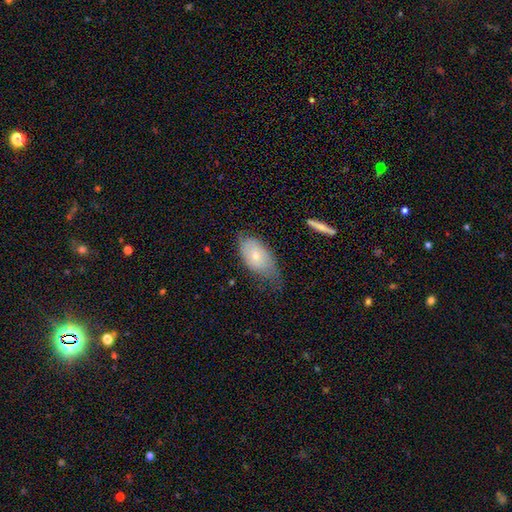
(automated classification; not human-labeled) Smooth or featured? smooth (57%)
How rounded? in between (90%)
Merging? none (47%)